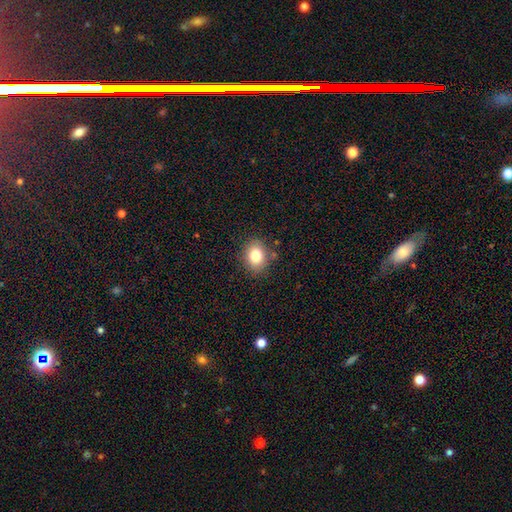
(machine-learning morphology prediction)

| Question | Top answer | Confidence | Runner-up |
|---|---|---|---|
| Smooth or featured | smooth | 80% | star or artifact (11%) |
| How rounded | round | 51% | in between (48%) |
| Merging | none | 84% | minor disturbance (10%) |